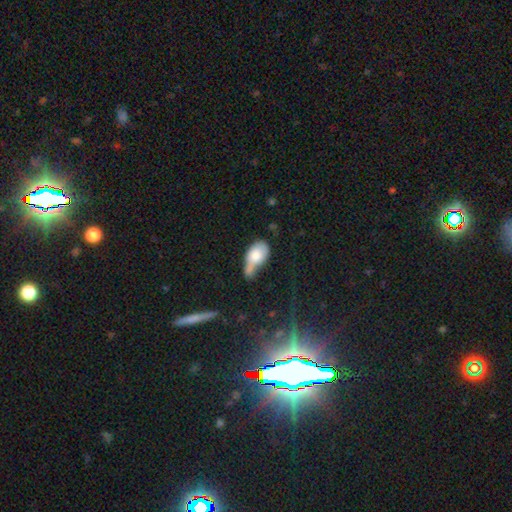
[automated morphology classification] Q: Smooth or featured?
A: smooth (75%); runner-up: featured or disk (17%)
Q: How rounded?
A: in between (85%); runner-up: round (12%)
Q: Merging?
A: merger (38%); runner-up: minor disturbance (24%)